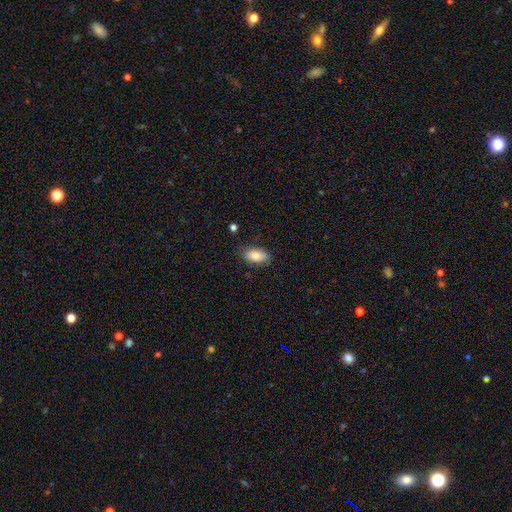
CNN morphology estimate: smooth 85%, featured or disk 8%, star or artifact 7%. Down the decision tree: how rounded — in between (93%); merging — none (77%).